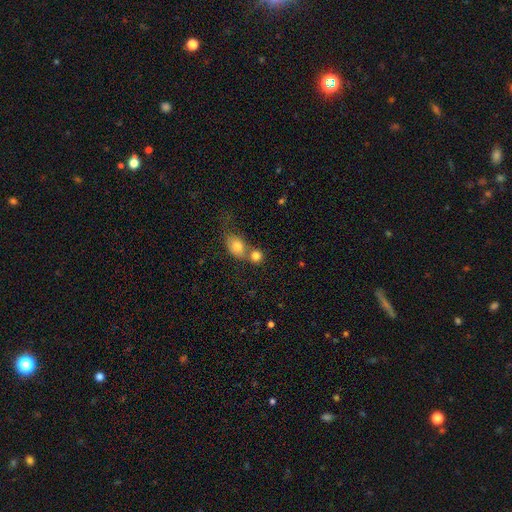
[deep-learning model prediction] Smooth or featured? smooth (80%)
How rounded? round (75%)
Merging? merger (50%)